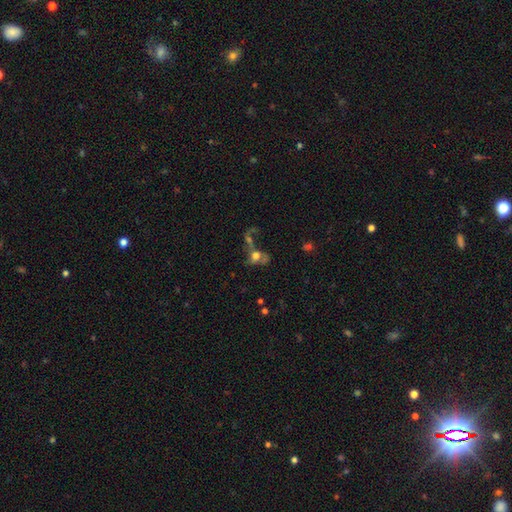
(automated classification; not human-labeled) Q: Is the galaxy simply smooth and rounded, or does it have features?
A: smooth — 49%.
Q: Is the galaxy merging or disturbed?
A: merger — 51%.